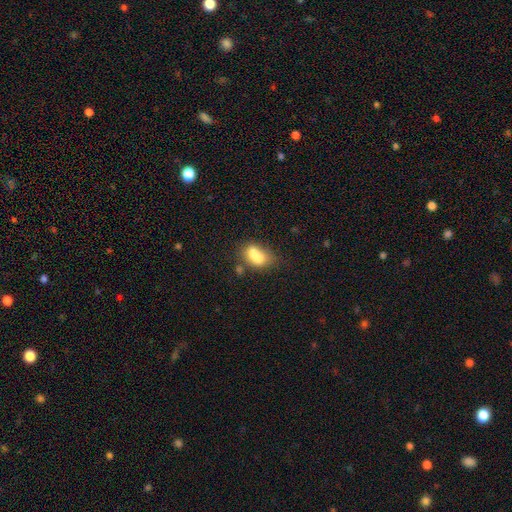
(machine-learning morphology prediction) Overall: smooth (68%). How rounded: in between (66%; round 32%). Merging: merger (62%; none 23%).